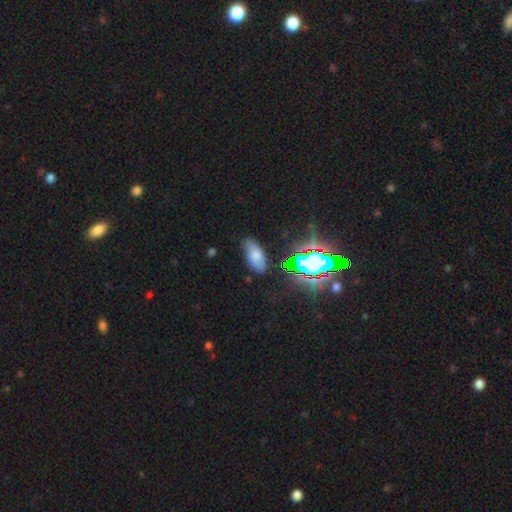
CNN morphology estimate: Smooth or featured?
  - smooth: 67% *
  - star or artifact: 17%
  - featured or disk: 16%
How rounded?
  - in between: 91% *
  - cigar-shaped: 6%
  - round: 3%
Merging?
  - none: 70% *
  - minor disturbance: 22%
  - major disturbance: 6%
  - merger: 3%